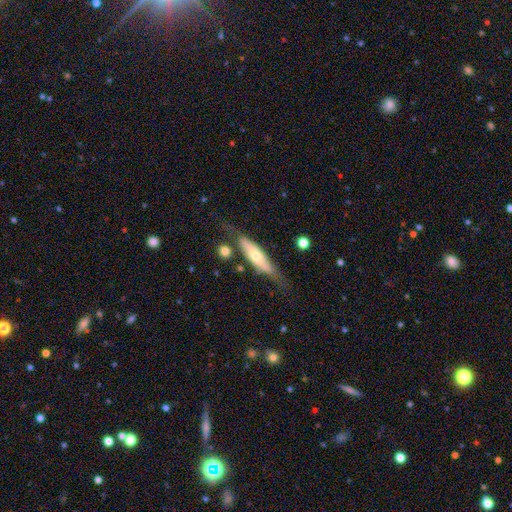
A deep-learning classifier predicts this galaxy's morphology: type=featured or disk (51%); edge-on=yes (68%); merging=none (59%).